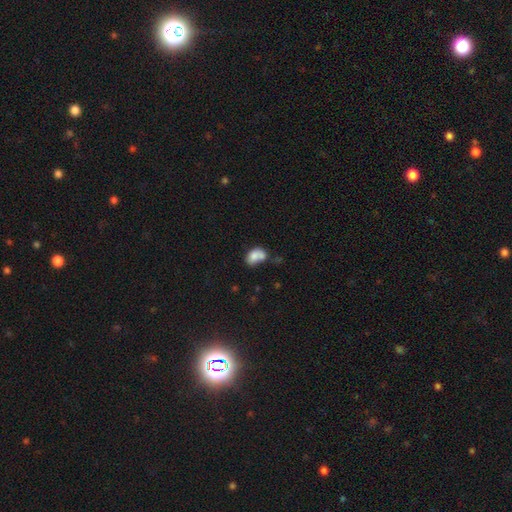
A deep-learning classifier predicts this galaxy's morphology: This appears to be a smooth galaxy with no disk features (76%) that is in between round and cigar-shaped (79%). Merging: merger (47%).